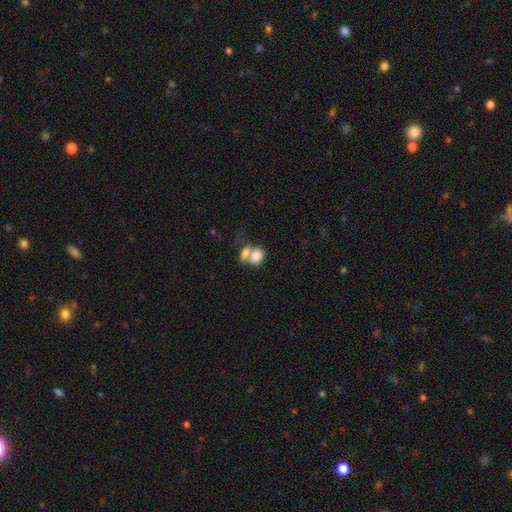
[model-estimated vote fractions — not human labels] This is likely a smooth galaxy (80%). How rounded: likely in between (66%). Merging: likely merger (61%).